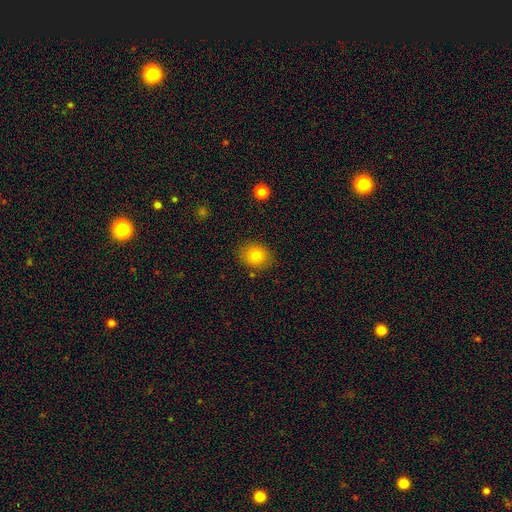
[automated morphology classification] Smooth or featured: smooth — 82% (star or artifact — 10%)
How rounded: round — 60% (in between — 39%)
Merging: none — 85% (minor disturbance — 10%)